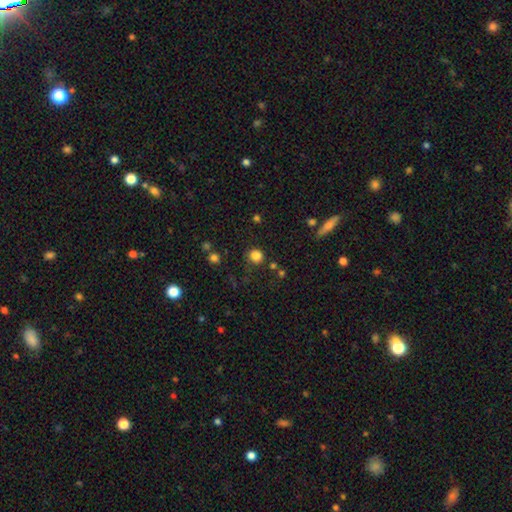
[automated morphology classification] smooth 82%, star or artifact 13%, featured or disk 5%. Down the decision tree: how rounded — round (84%); merging — none (78%).